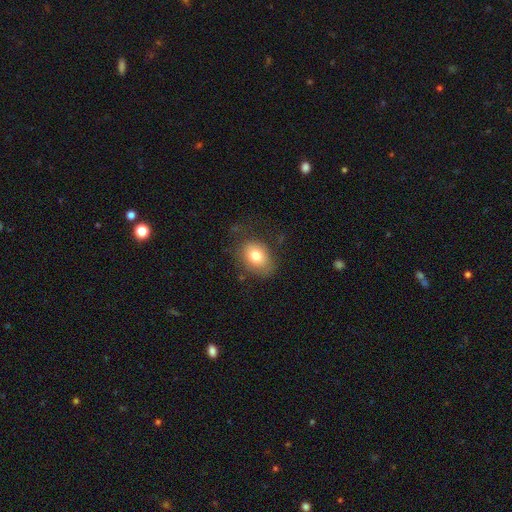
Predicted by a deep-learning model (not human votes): smooth_or_featured: smooth (p=0.78) [alt: featured or disk p=0.13]
how_rounded: in between (p=0.71) [alt: round p=0.28]
merging: none (p=0.69) [alt: minor disturbance p=0.21]